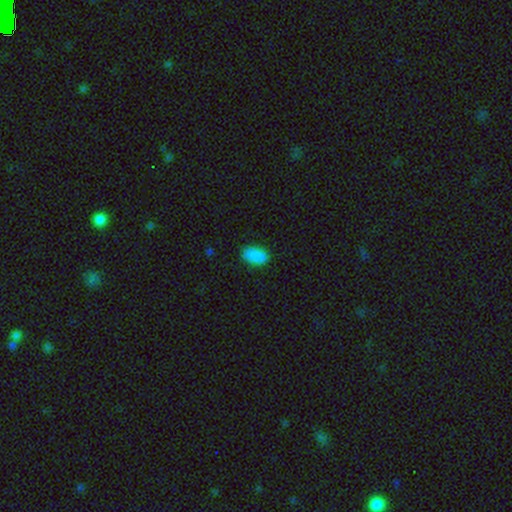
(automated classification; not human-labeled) Smooth or featured? smooth (89%)
How rounded? in between (93%)
Merging? none (85%)